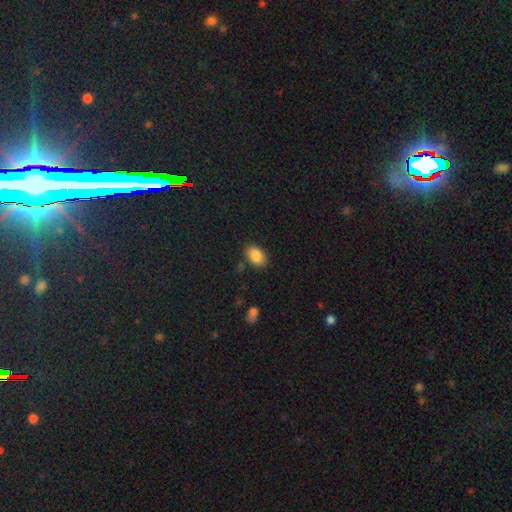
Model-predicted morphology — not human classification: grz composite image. It shows a smooth galaxy with no disk features (86%) that is in between round and cigar-shaped (85%). Merging: none (84%).